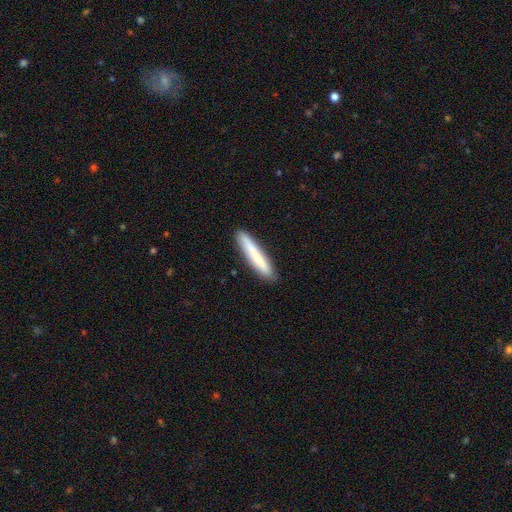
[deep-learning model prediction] smooth_or_featured: smooth (p=0.76) [alt: featured or disk p=0.18]
how_rounded: cigar-shaped (p=0.94) [alt: in between p=0.05]
merging: none (p=0.89) [alt: minor disturbance p=0.08]